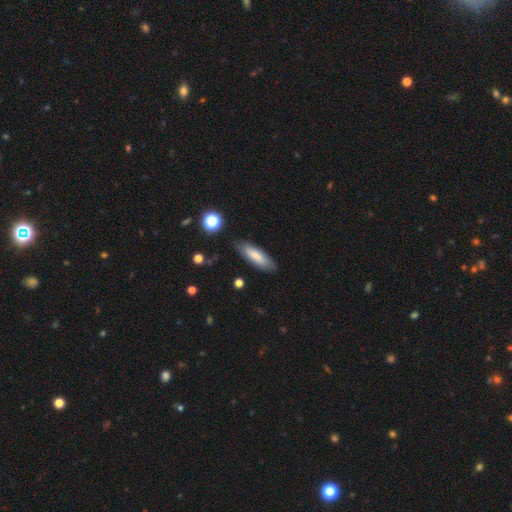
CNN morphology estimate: This is likely a smooth galaxy (80%). How rounded: possibly in between (50%). Merging: clearly none (82%).